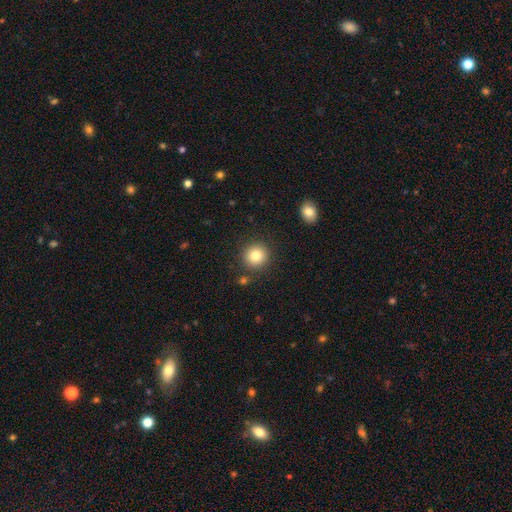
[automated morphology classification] Smooth or featured? Predicted: smooth (p=0.81). How rounded? Predicted: round (p=0.94). Merging? Predicted: none (p=0.88).